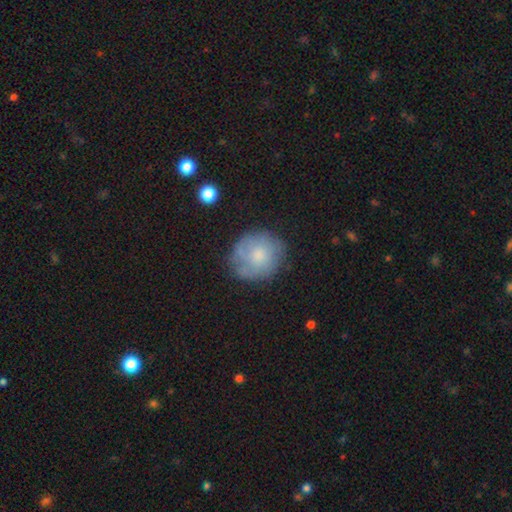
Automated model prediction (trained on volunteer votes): Smooth or featured? Predicted: smooth (p=0.57). How rounded? Predicted: round (p=0.83). Merging? Predicted: none (p=0.67).